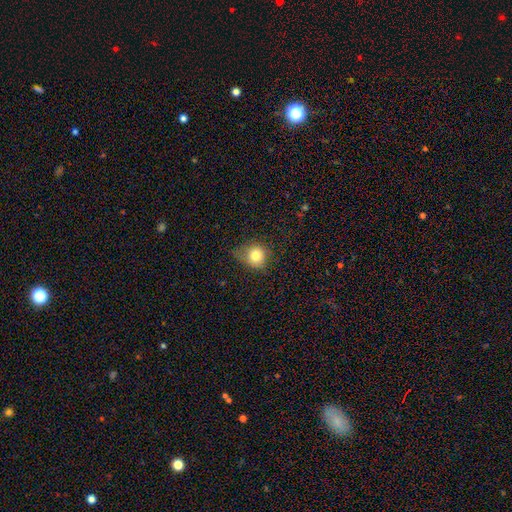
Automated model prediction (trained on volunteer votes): Smooth or featured? Predicted: smooth (p=0.79). How rounded? Predicted: round (p=0.83). Merging? Predicted: none (p=0.59).